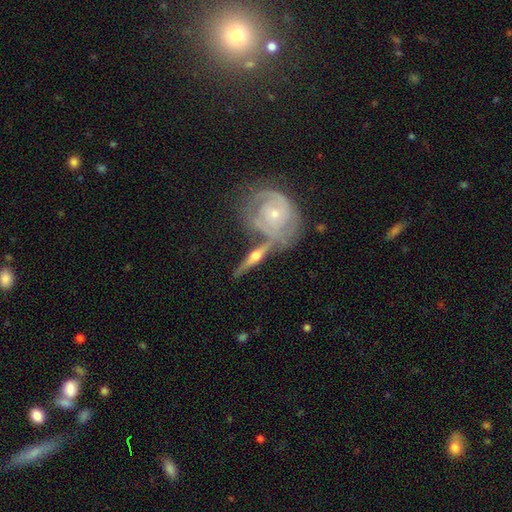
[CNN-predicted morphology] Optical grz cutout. It shows a featured or disk galaxy (80%) viewed edge-on (75%) with a rounded central bulge (93%). Merging: none (60%).